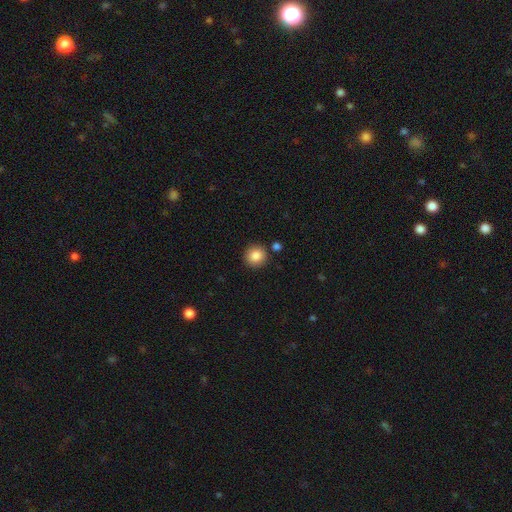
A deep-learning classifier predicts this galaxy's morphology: Smooth or featured? smooth (87%)
How rounded? round (91%)
Merging? none (86%)